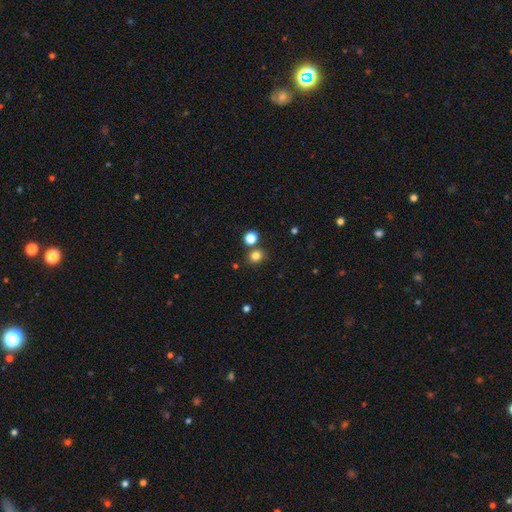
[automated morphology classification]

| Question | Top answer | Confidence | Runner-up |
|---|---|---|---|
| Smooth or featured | smooth | 80% | star or artifact (15%) |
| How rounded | round | 74% | in between (25%) |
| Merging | none | 74% | merger (15%) |